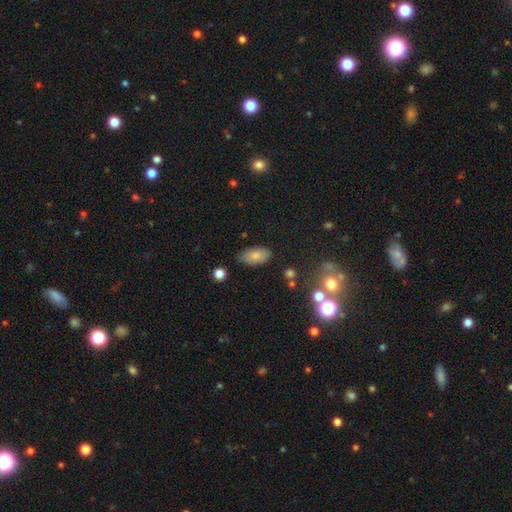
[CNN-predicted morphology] Smooth or featured?
  - smooth: 80% *
  - featured or disk: 12%
  - star or artifact: 9%
How rounded?
  - in between: 93% *
  - round: 4%
  - cigar-shaped: 3%
Merging?
  - none: 77% *
  - minor disturbance: 17%
  - major disturbance: 3%
  - merger: 2%